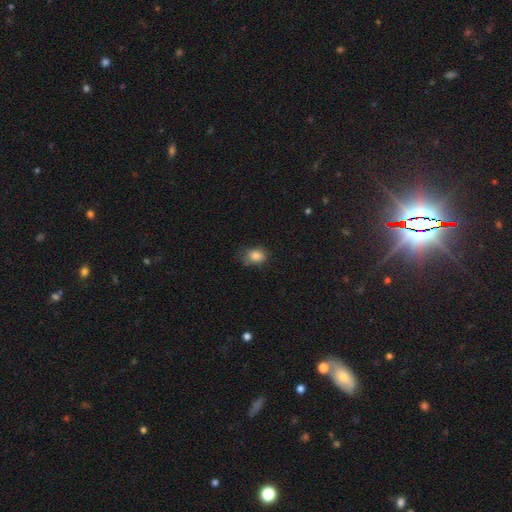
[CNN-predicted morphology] Smooth or featured? smooth (84%)
How rounded? in between (57%)
Merging? none (63%)